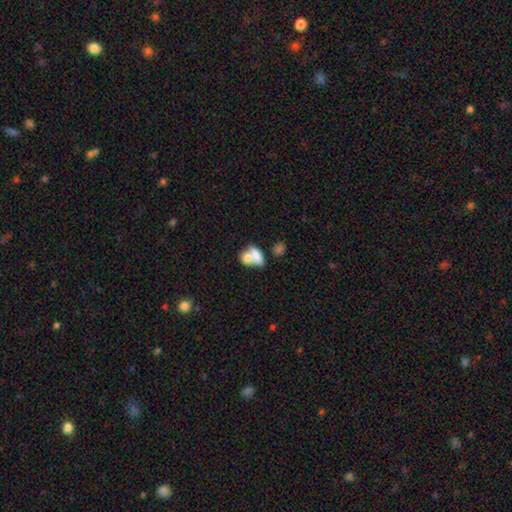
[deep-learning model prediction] A smooth galaxy with no disk features (74%) that is in between round and cigar-shaped (73%). Merging: merger (68%).